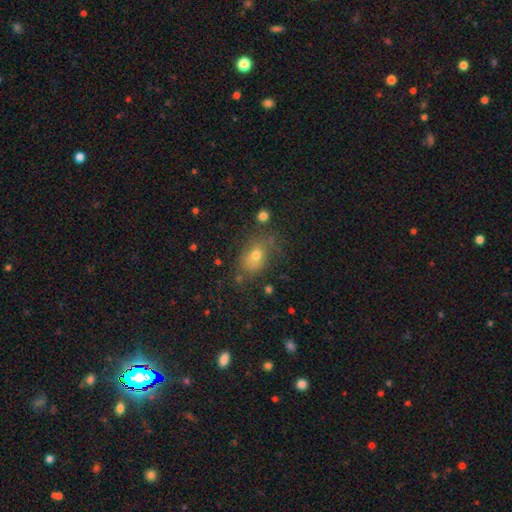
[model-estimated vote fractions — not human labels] A smooth galaxy with no disk features (68%) that is in between round and cigar-shaped (65%).

Vote fractions:
- Smooth or featured? smooth: 68% / star or artifact: 17% / featured or disk: 15%
- How rounded? in between: 65% / round: 33% / cigar-shaped: 2%
- Merging? none: 63% / minor disturbance: 22% / major disturbance: 10% / merger: 5%